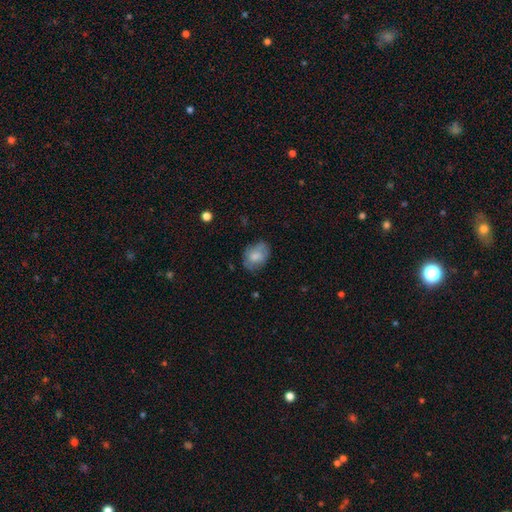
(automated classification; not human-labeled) The model was most divided on "merging": none: 62%, minor disturbance: 27%, major disturbance: 9%, merger: 2%. More confident: how rounded — in between (73%); smooth or featured — smooth (71%).